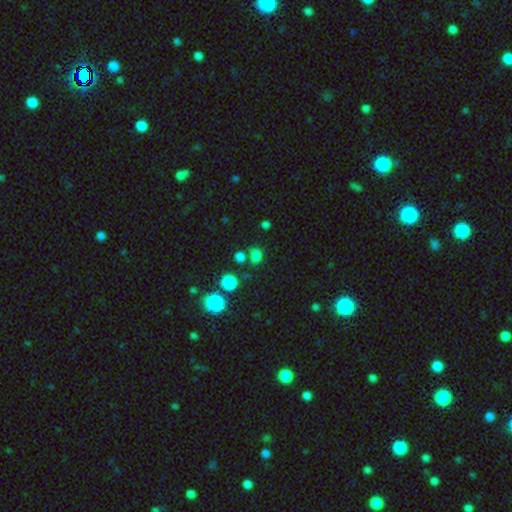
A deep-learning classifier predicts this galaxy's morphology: The model was most divided on "how rounded": round: 57%, in between: 42%, cigar-shaped: 1%. More confident: smooth or featured — smooth (71%); merging — none (67%).